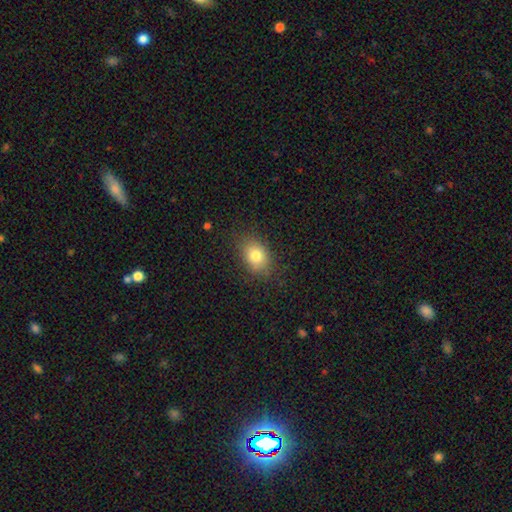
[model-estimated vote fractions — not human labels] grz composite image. It shows a smooth galaxy with no disk features (80%) that is in between round and cigar-shaped (70%). Merging: none (80%).